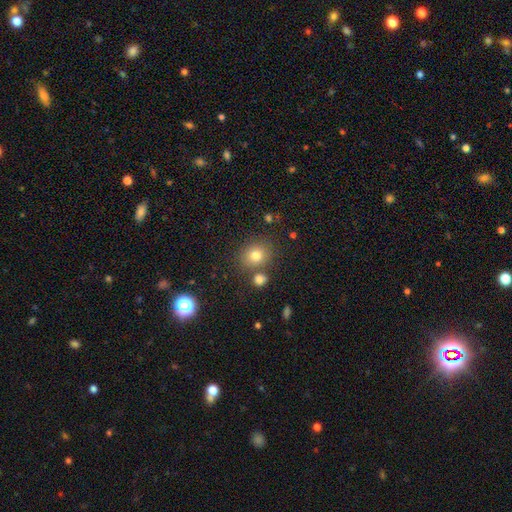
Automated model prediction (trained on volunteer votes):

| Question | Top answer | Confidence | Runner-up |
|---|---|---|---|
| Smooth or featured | smooth | 76% | star or artifact (14%) |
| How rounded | round | 74% | in between (26%) |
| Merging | none | 75% | merger (11%) |